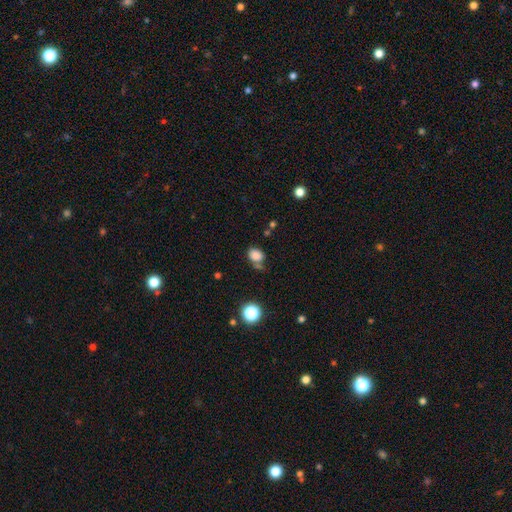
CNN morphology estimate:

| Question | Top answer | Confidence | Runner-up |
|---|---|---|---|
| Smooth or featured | smooth | 82% | star or artifact (13%) |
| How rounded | in between | 58% | round (41%) |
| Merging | none | 57% | minor disturbance (20%) |